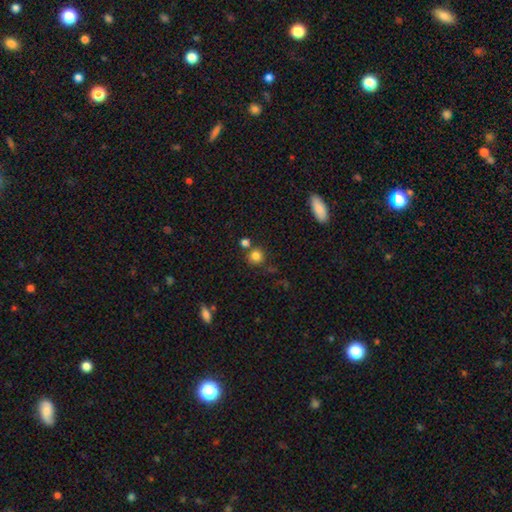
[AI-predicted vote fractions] smooth 82%, star or artifact 12%, featured or disk 6%. Down the decision tree: how rounded — round (90%); merging — none (70%).